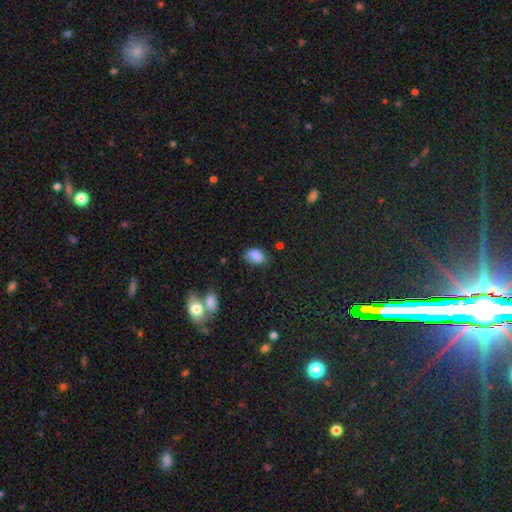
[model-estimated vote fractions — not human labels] A smooth galaxy with no disk features (82%) that is in between round and cigar-shaped (86%).

Vote fractions:
- Smooth or featured? smooth: 82% / star or artifact: 10% / featured or disk: 7%
- How rounded? in between: 86% / round: 12% / cigar-shaped: 2%
- Merging? none: 58% / minor disturbance: 30% / major disturbance: 7% / merger: 5%